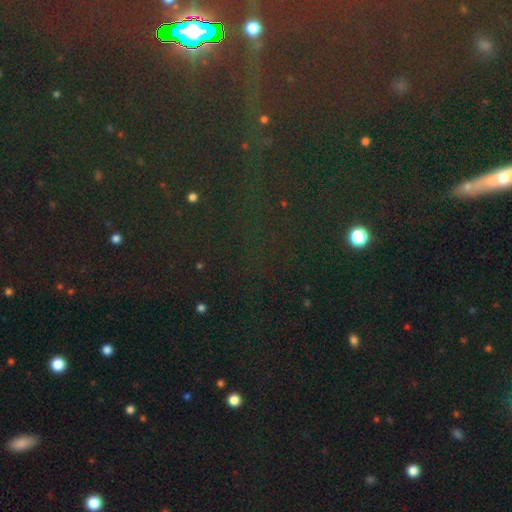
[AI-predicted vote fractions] The model was most divided on "smooth or featured": star or artifact: 80%, smooth: 12%, featured or disk: 8%.